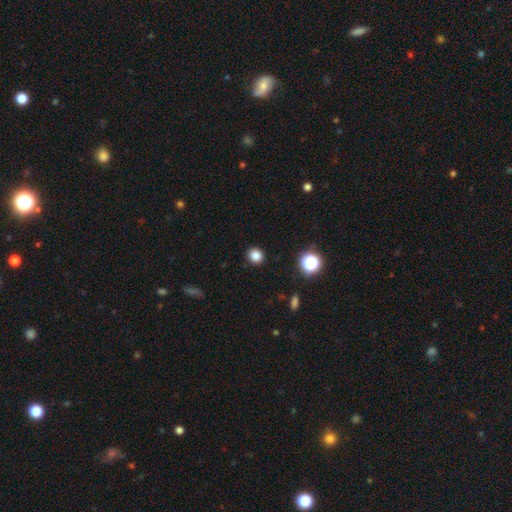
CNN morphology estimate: A smooth galaxy with no disk features (83%) that is round (78%).

Vote fractions:
- Smooth or featured? smooth: 83% / star or artifact: 13% / featured or disk: 4%
- How rounded? round: 78% / in between: 21% / cigar-shaped: 1%
- Merging? none: 91% / minor disturbance: 6% / major disturbance: 2% / merger: 1%